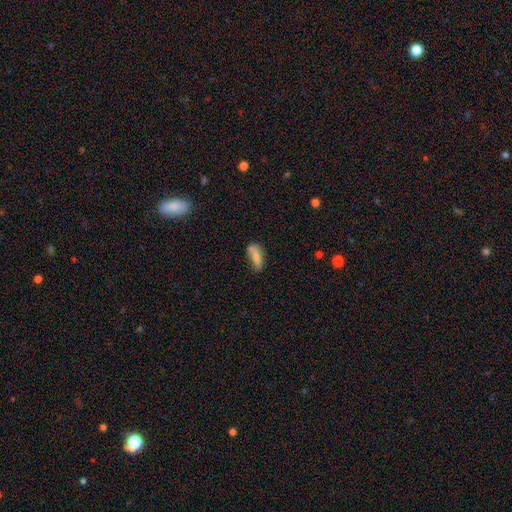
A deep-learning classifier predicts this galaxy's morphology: Q: Smooth or featured?
A: smooth (73%); runner-up: featured or disk (17%)
Q: How rounded?
A: in between (64%); runner-up: cigar-shaped (33%)
Q: Merging?
A: none (42%); runner-up: minor disturbance (30%)